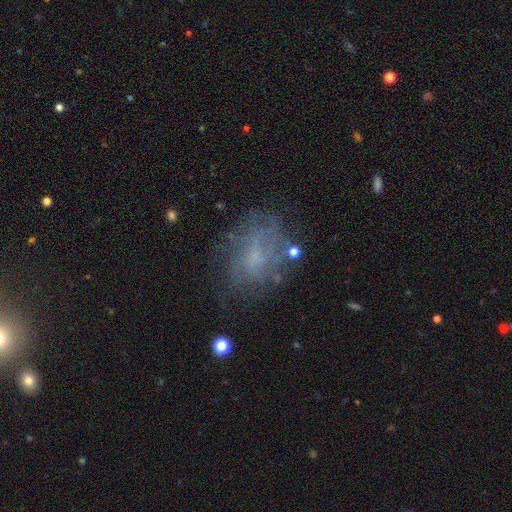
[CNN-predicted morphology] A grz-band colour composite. It shows a featured or disk galaxy (47%). Merging: none (61%).